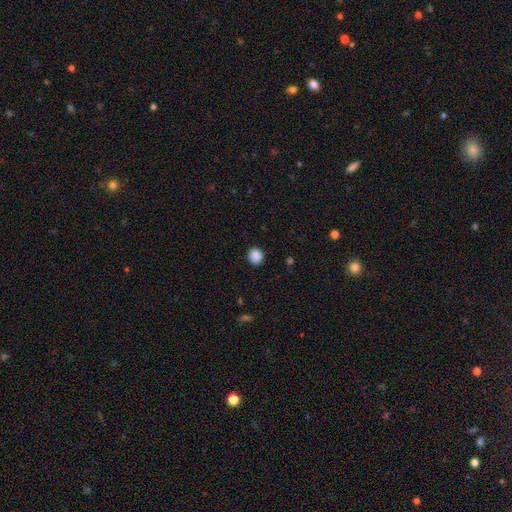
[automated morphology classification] Q: Smooth or featured?
A: smooth (88%); runner-up: star or artifact (9%)
Q: How rounded?
A: round (87%); runner-up: in between (12%)
Q: Merging?
A: none (90%); runner-up: minor disturbance (6%)